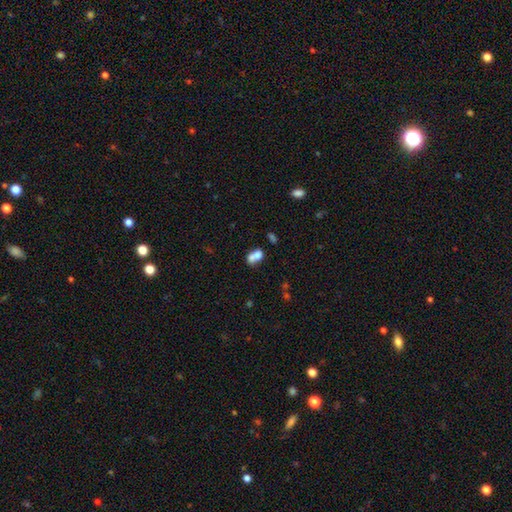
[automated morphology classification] A smooth galaxy with no disk features (70%) that is in between round and cigar-shaped (59%). Merging: merger (68%).